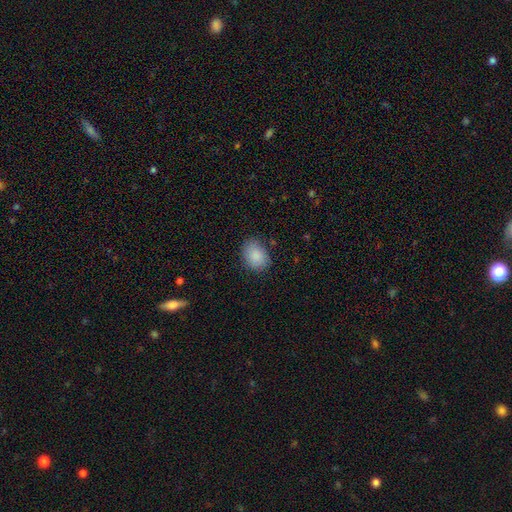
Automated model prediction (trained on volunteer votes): The model was most divided on "how rounded": in between: 66%, round: 33%, cigar-shaped: 1%. More confident: smooth or featured — smooth (88%); merging — none (79%).